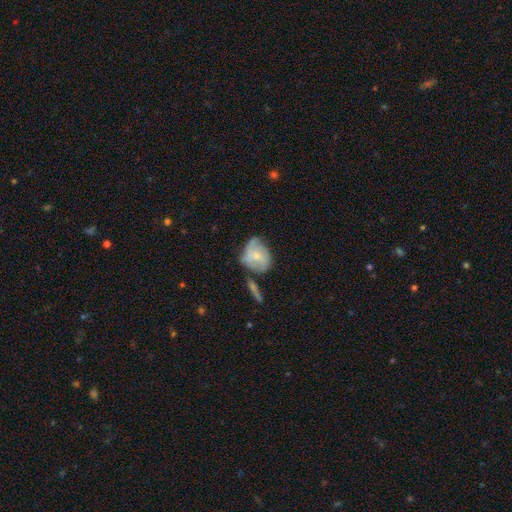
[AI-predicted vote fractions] Smooth or featured? smooth (51%)
How rounded? round (50%)
Merging? none (38%)